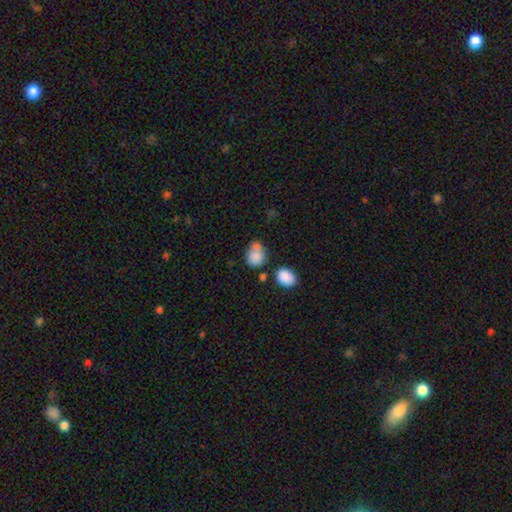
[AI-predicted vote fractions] smooth-or-featured: smooth: 82% | featured or disk: 10% | star or artifact: 9%
  how-rounded: in between: 58% | round: 41% | cigar-shaped: 1%
  merging: none: 41% | minor disturbance: 30% | merger: 18% | major disturbance: 11%